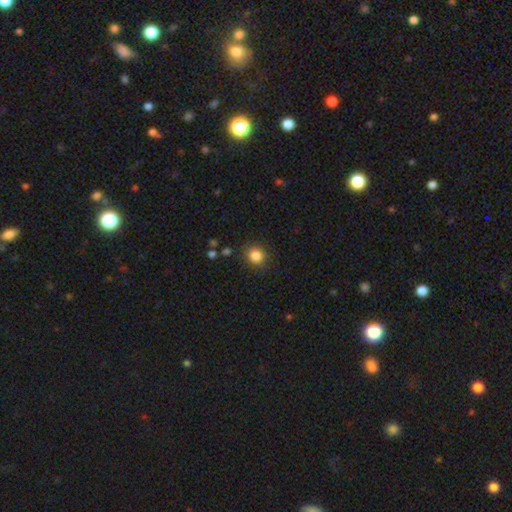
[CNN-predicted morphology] smooth_or_featured: smooth (p=0.85) [alt: star or artifact p=0.11]
how_rounded: round (p=0.85) [alt: in between p=0.14]
merging: none (p=0.87) [alt: minor disturbance p=0.08]